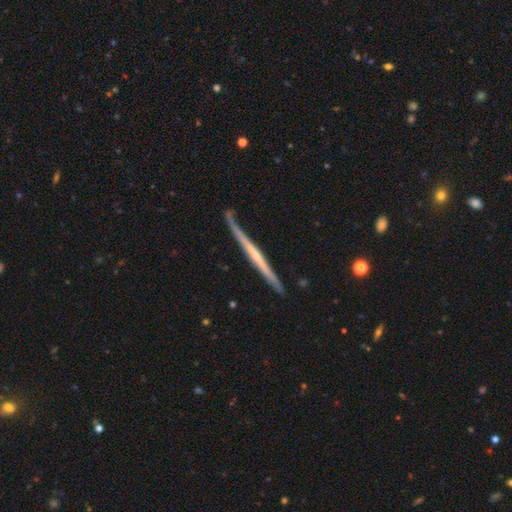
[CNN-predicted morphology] This is likely a featured or disk galaxy (71%). It is clearly viewed edge-on (97%). Edge-on bulge: likely none (69%). Merging: likely none (79%).